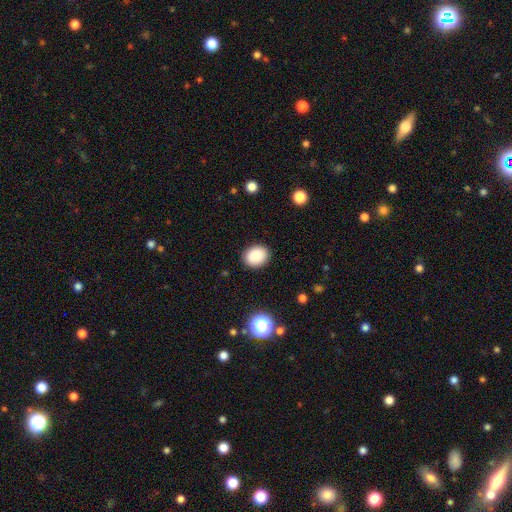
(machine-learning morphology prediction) smooth 87%, star or artifact 9%, featured or disk 4%. Down the decision tree: how rounded — in between (53%); merging — none (89%).